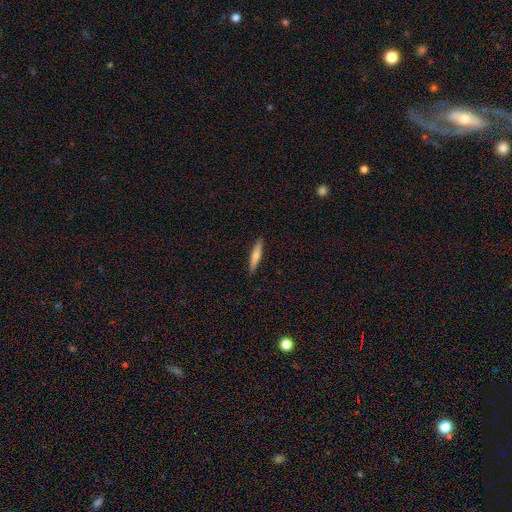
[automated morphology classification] The model was most divided on "smooth or featured": smooth: 62%, featured or disk: 32%, star or artifact: 6%. More confident: merging — none (91%); how rounded — cigar-shaped (90%).